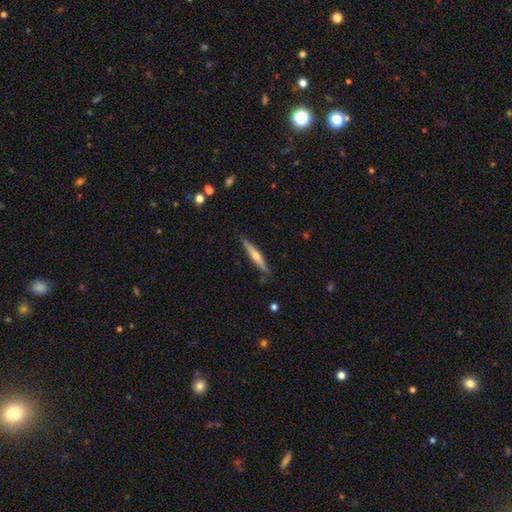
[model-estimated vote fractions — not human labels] Smooth or featured? Predicted: featured or disk (p=0.59). Edge-on disk? Predicted: yes (p=0.97). Edge-on bulge? Predicted: rounded (p=0.80). Merging? Predicted: none (p=0.88).